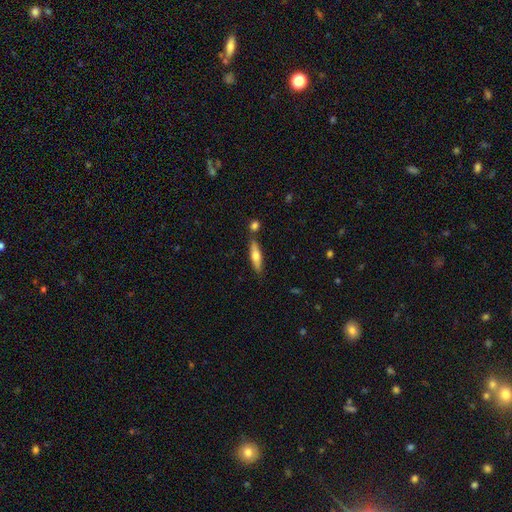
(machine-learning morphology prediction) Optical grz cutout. It shows a smooth galaxy with no disk features (62%) that is cigar-shaped (72%). Merging: none (76%).